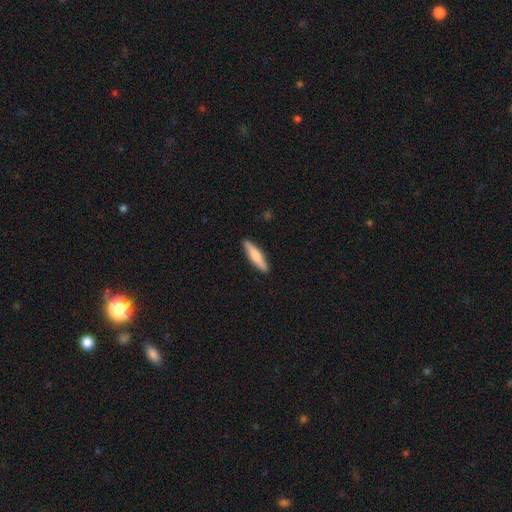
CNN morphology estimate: Overall: smooth (67%; featured or disk 28%). How rounded: cigar-shaped (83%). Merging: none (90%).